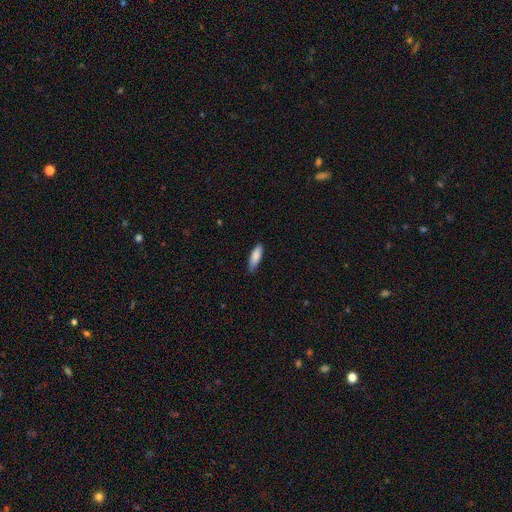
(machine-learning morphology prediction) Smooth or featured?
  - smooth: 86% *
  - featured or disk: 8%
  - star or artifact: 6%
How rounded?
  - in between: 51% *
  - cigar-shaped: 47%
  - round: 2%
Merging?
  - none: 83% *
  - minor disturbance: 14%
  - major disturbance: 2%
  - merger: 1%